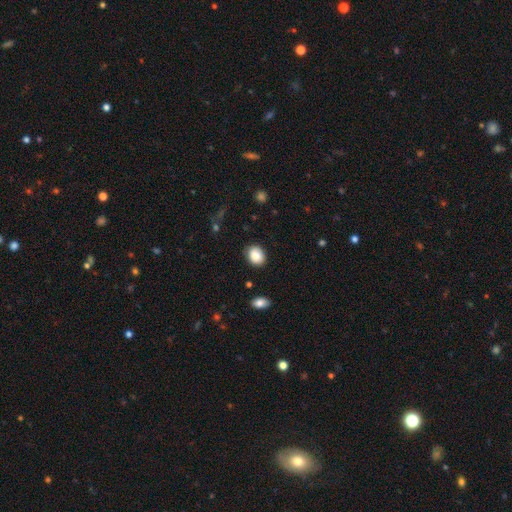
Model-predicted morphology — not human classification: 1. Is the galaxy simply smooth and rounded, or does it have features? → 86% smooth, 8% star or artifact, 6% featured or disk.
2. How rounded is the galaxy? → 50% in between (tied), 50% round (tied), 1% cigar-shaped.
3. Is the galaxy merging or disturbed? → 84% none, 11% minor disturbance, 3% major disturbance, 2% merger.